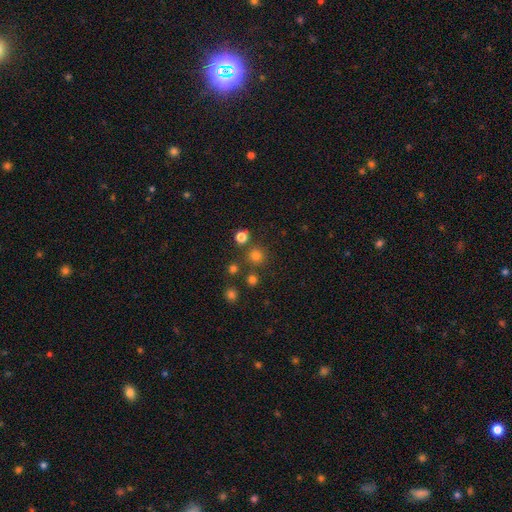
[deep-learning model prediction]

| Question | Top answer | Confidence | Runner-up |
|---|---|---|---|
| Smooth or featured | smooth | 74% | star or artifact (20%) |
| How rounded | round | 94% | in between (5%) |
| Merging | none | 80% | merger (10%) |